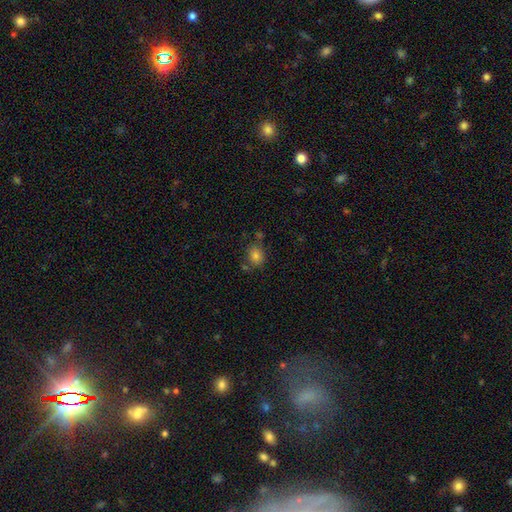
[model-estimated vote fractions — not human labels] A smooth galaxy with no disk features (80%) that is round (56%).

Vote fractions:
- Smooth or featured? smooth: 80% / star or artifact: 11% / featured or disk: 9%
- How rounded? round: 56% / in between: 43% / cigar-shaped: 1%
- Merging? none: 70% / minor disturbance: 15% / merger: 11% / major disturbance: 5%